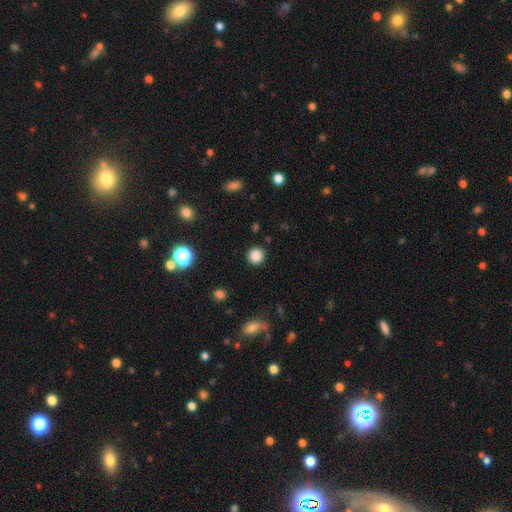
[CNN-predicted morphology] Smooth or featured: smooth — 85% (star or artifact — 11%)
How rounded: round — 93% (in between — 6%)
Merging: none — 91% (minor disturbance — 6%)